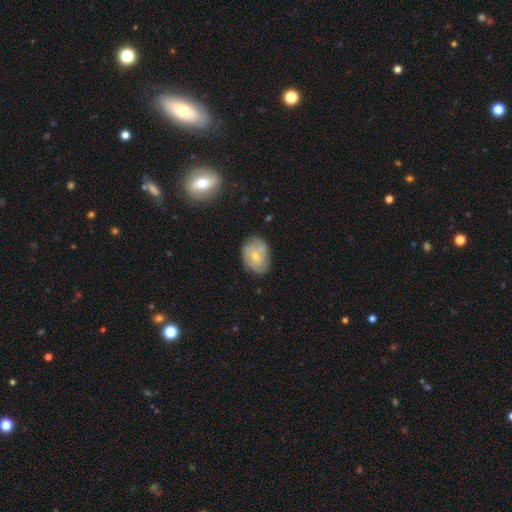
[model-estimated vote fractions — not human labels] smooth-or-featured: featured or disk: 50% | smooth: 42% | star or artifact: 7%
  disk-edge-on: no: 96% | yes: 4%
  merging: none: 63% | minor disturbance: 26% | major disturbance: 8% | merger: 3%